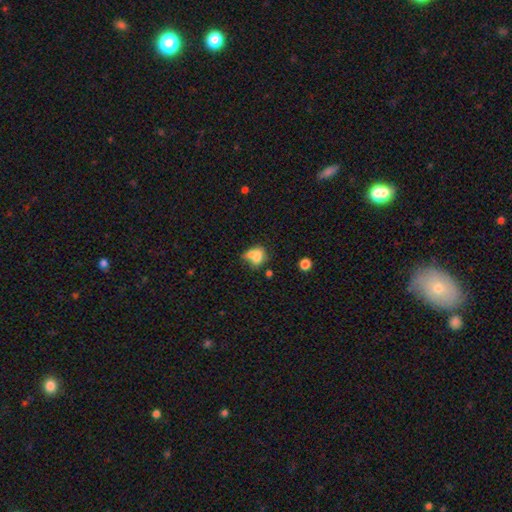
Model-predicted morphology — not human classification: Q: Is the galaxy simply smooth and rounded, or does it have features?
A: smooth — 70%.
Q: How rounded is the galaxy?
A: in between — 59%.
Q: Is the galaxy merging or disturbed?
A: merger — 29%.